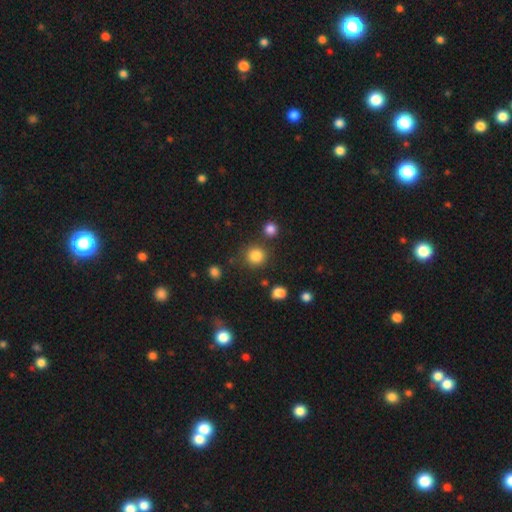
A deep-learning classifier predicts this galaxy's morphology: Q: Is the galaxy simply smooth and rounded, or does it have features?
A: smooth — 84%.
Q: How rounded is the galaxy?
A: round — 90%.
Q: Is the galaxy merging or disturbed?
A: none — 81%.